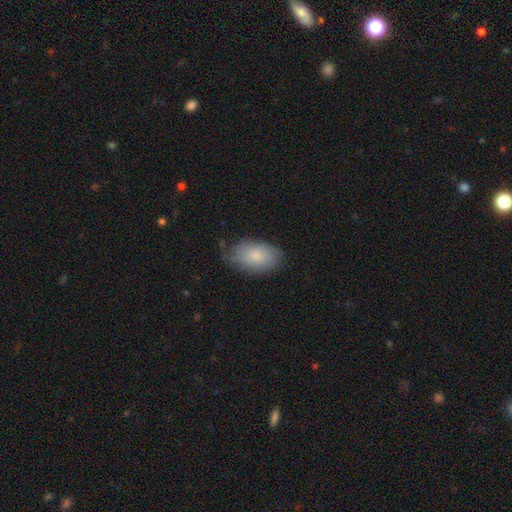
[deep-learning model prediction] Morphology: type=smooth (77%); roundness=in between (92%); merging=none (64%).